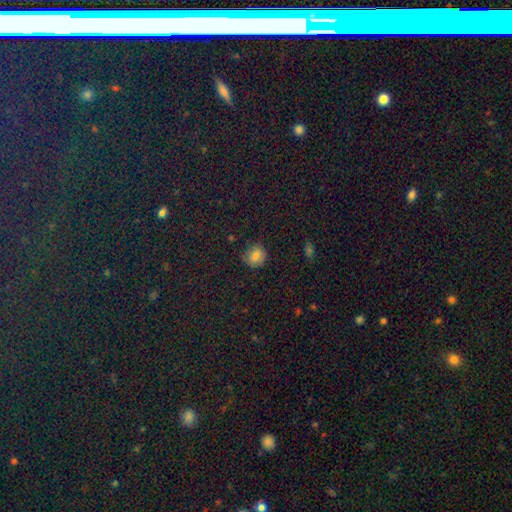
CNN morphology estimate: smooth-or-featured: smooth: 76% | star or artifact: 14% | featured or disk: 10%
  how-rounded: round: 83% | in between: 16% | cigar-shaped: 1%
  merging: none: 80% | minor disturbance: 15% | major disturbance: 3% | merger: 1%